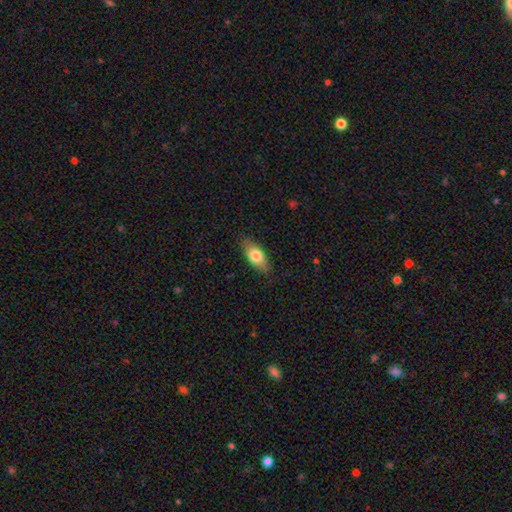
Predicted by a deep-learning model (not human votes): This appears to be a smooth galaxy with no disk features (76%) that is in between round and cigar-shaped (86%). Merging: none (82%).